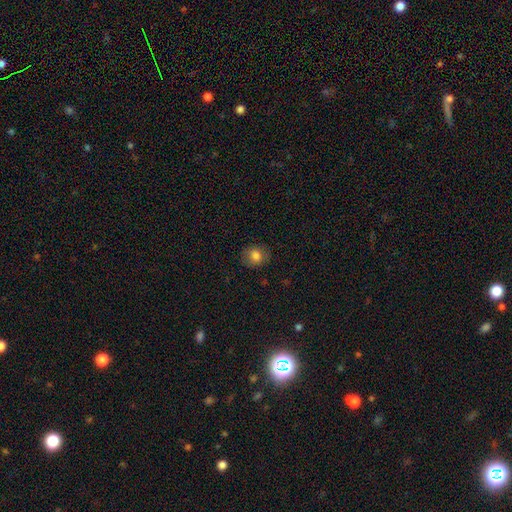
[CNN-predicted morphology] Smooth or featured?
  - smooth: 80% *
  - star or artifact: 11%
  - featured or disk: 9%
How rounded?
  - round: 68% *
  - in between: 31%
  - cigar-shaped: 1%
Merging?
  - none: 84% *
  - minor disturbance: 12%
  - major disturbance: 3%
  - merger: 1%